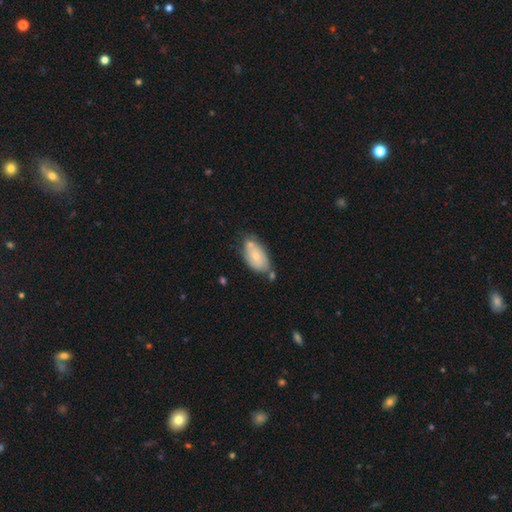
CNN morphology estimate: A smooth galaxy with no disk features (65%) that is in between round and cigar-shaped (93%). Merging: none (52%).